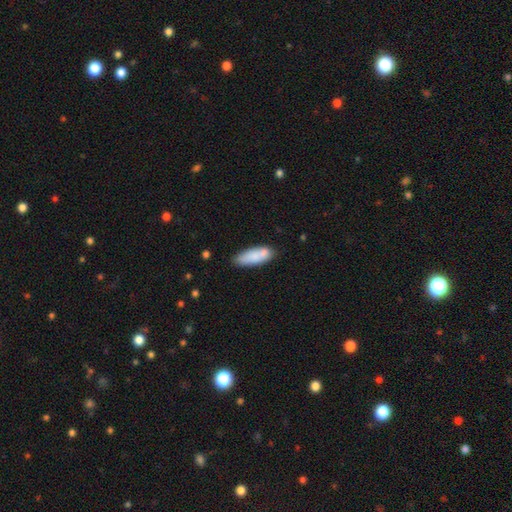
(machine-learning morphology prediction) Smooth or featured? smooth (80%)
How rounded? in between (67%)
Merging? none (70%)